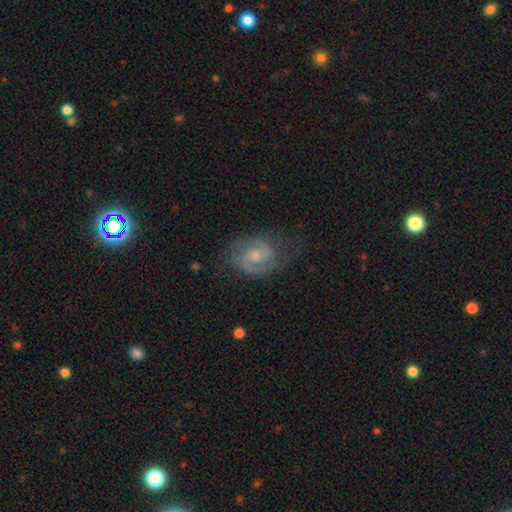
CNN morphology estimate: Smooth or featured: featured or disk — 84% (smooth — 10%)
Edge-on disk: no — 98% (yes — 2%)
Bar: weak — 47% (no — 46%)
Spiral arms: yes — 96% (no — 4%)
Spiral winding: medium — 51% (tight — 35%)
Spiral arm count: 2 — 86% (can't tell — 7%)
Bulge size: small — 49% (moderate — 42%)
Merging: none — 68% (minor disturbance — 20%)